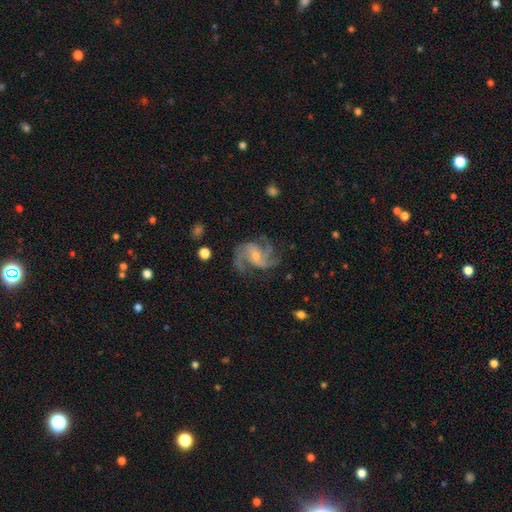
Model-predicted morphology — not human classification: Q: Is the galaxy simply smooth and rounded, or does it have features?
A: featured or disk — 91%.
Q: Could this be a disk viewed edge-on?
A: no — 98%.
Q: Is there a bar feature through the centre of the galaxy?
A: no — 50%.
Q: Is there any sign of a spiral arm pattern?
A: yes — 98%.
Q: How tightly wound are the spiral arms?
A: medium — 58%.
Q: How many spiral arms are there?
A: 3 — 55%.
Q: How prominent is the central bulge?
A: small — 62%.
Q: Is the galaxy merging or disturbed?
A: none — 73%.